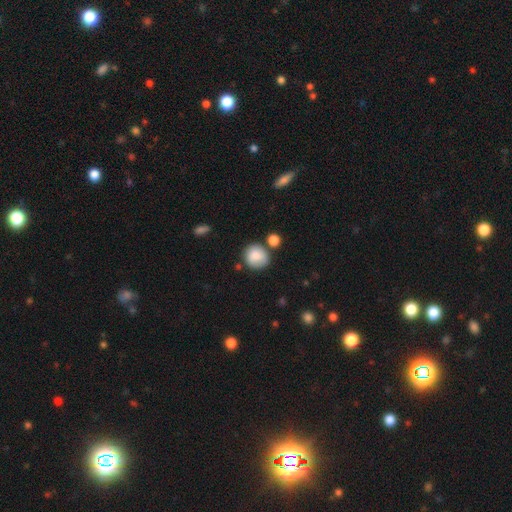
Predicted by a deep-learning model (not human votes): Overall: smooth (85%). How rounded: round (86%). Merging: none (66%).